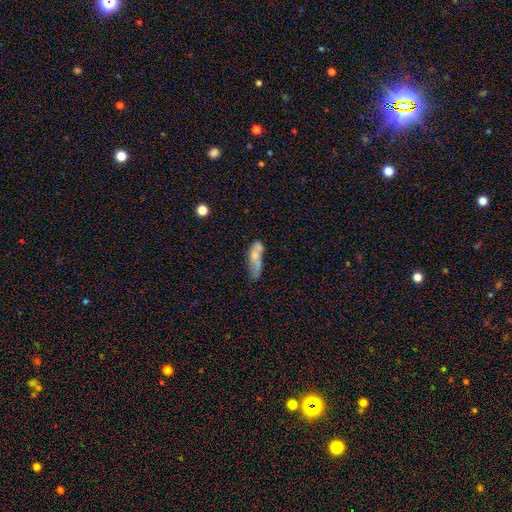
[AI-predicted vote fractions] Overall: smooth (57%; featured or disk 33%). How rounded: in between (57%; cigar-shaped 38%). Merging: merger (35%; none 28%).